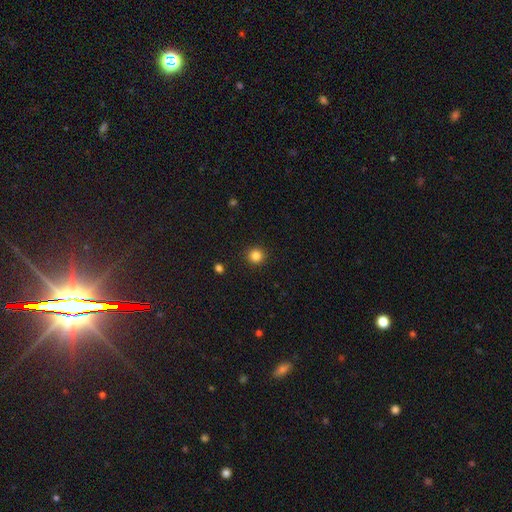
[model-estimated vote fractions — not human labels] Smooth or featured?
  - smooth: 84% *
  - star or artifact: 12%
  - featured or disk: 4%
How rounded?
  - round: 93% *
  - in between: 6%
  - cigar-shaped: 1%
Merging?
  - none: 92% *
  - minor disturbance: 5%
  - major disturbance: 2%
  - merger: 1%